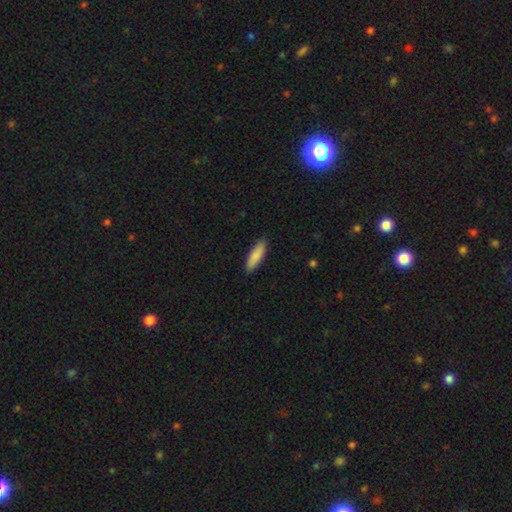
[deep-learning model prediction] A smooth galaxy with no disk features (87%) that is cigar-shaped (62%).

Vote fractions:
- Smooth or featured? smooth: 87% / featured or disk: 8% / star or artifact: 5%
- How rounded? cigar-shaped: 62% / in between: 36% / round: 1%
- Merging? none: 88% / minor disturbance: 9% / major disturbance: 2% / merger: 1%